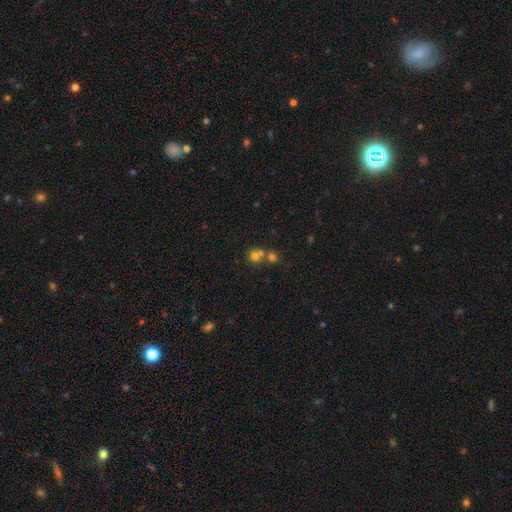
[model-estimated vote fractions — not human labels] The model was most divided on "merging": none: 46%, merger: 45%, minor disturbance: 6%, major disturbance: 3%. More confident: how rounded — round (87%); smooth or featured — smooth (69%).